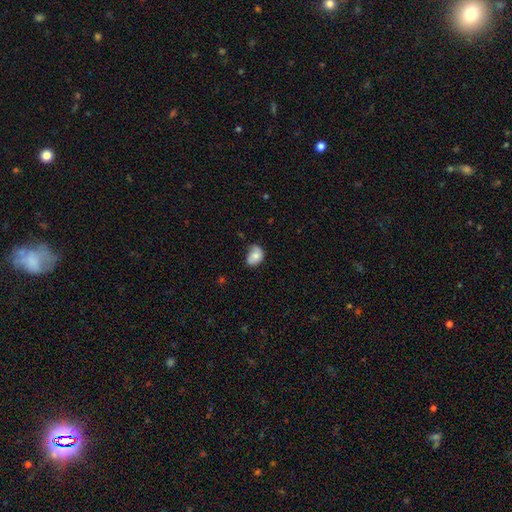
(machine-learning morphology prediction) smooth 69%, featured or disk 23%, star or artifact 8%. Down the decision tree: how rounded — in between (69%); merging — none (44%).